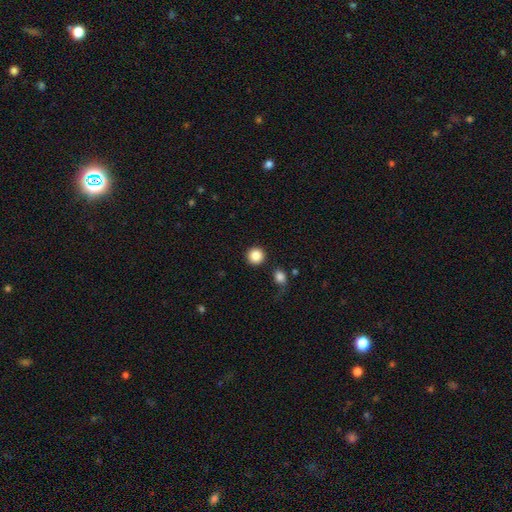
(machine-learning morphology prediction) Smooth or featured: smooth — 87% (star or artifact — 9%)
How rounded: round — 95% (in between — 5%)
Merging: none — 88% (minor disturbance — 6%)